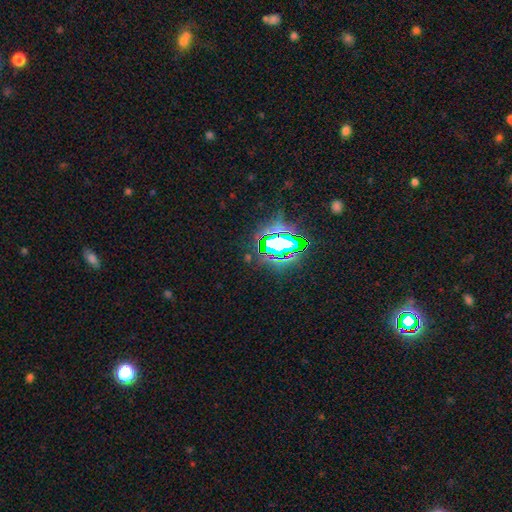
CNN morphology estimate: smooth-or-featured: star or artifact: 81% | smooth: 11% | featured or disk: 8%